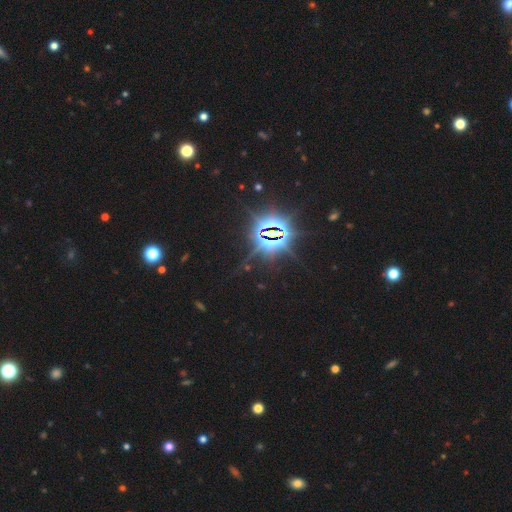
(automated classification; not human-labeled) Overall: star or artifact (86%).